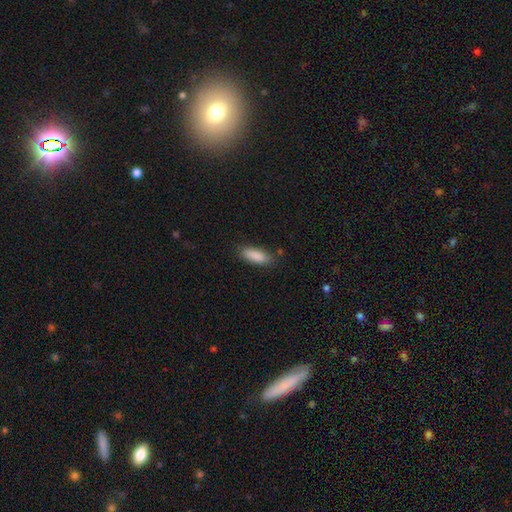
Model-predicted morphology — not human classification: Smooth or featured? smooth (88%)
How rounded? in between (67%)
Merging? none (80%)